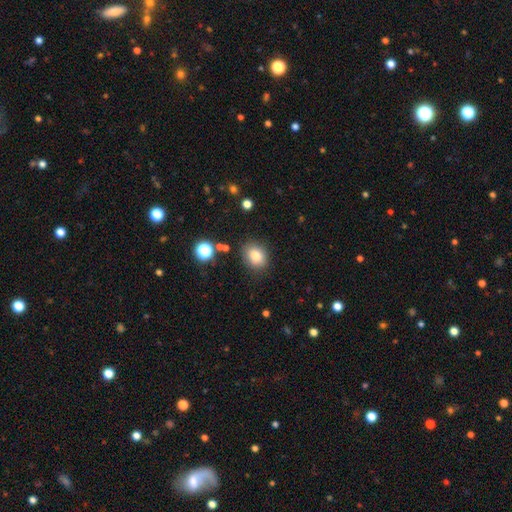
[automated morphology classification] smooth 80%, star or artifact 12%, featured or disk 8%. Down the decision tree: how rounded — round (58%); merging — none (84%).